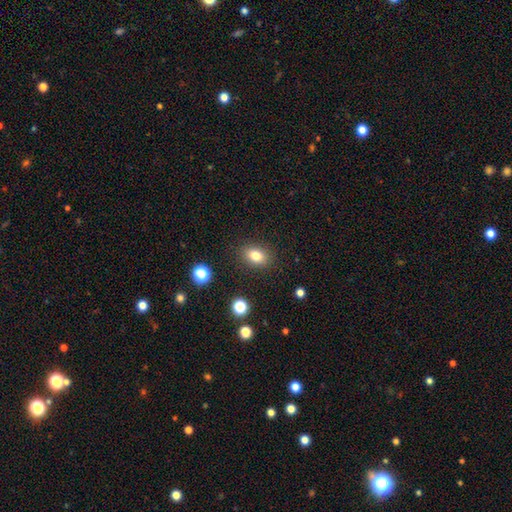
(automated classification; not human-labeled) Smooth or featured?
  - smooth: 80% *
  - star or artifact: 12%
  - featured or disk: 8%
How rounded?
  - in between: 67% *
  - round: 31%
  - cigar-shaped: 1%
Merging?
  - none: 87% *
  - minor disturbance: 9%
  - major disturbance: 3%
  - merger: 1%